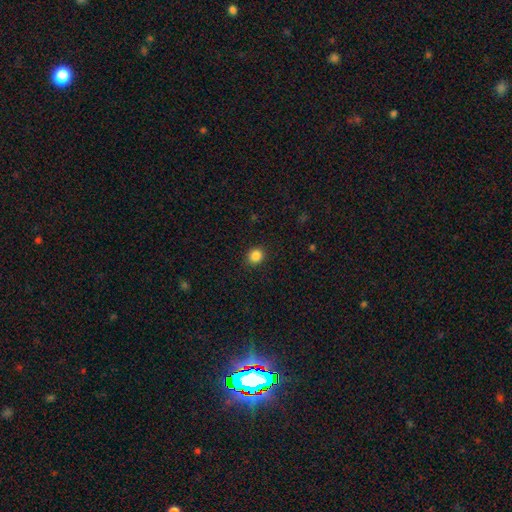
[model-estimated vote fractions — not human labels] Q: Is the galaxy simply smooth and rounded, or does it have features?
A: smooth — 86%.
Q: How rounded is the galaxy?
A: round — 83%.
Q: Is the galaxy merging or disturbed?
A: none — 90%.